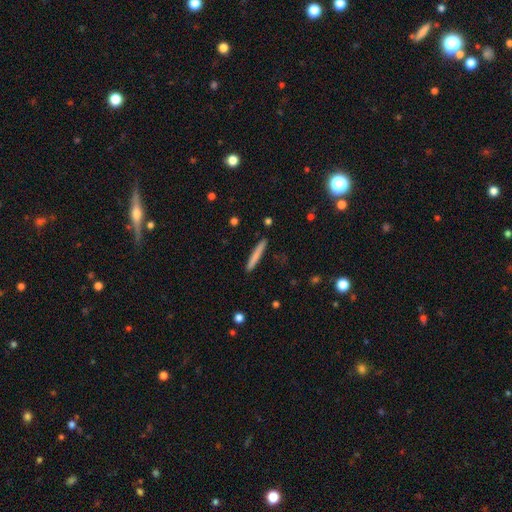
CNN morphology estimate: smooth_or_featured: smooth (p=0.75) [alt: featured or disk p=0.19]
how_rounded: cigar-shaped (p=0.96) [alt: in between p=0.03]
merging: none (p=0.91) [alt: minor disturbance p=0.07]